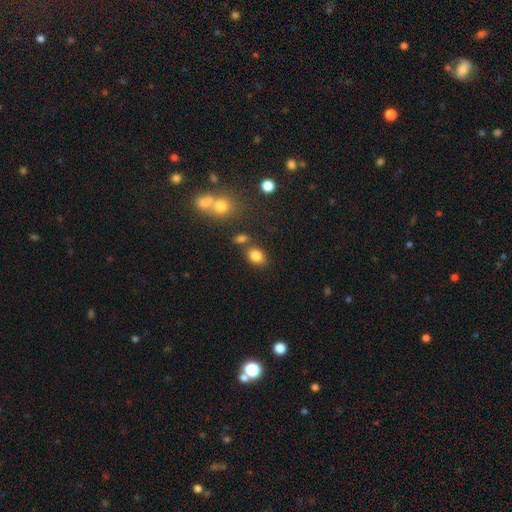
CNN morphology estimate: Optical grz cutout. It shows a smooth galaxy with no disk features (83%) that is in between round and cigar-shaped (64%). Merging: none (71%).